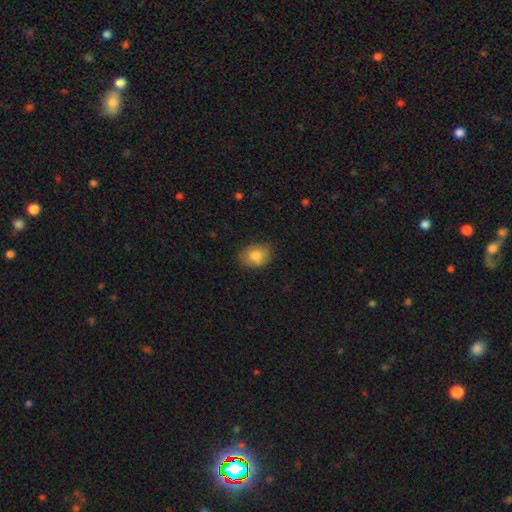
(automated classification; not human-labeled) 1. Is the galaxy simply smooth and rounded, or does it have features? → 79% smooth, 12% featured or disk, 9% star or artifact.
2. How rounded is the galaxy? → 63% in between, 36% round, 1% cigar-shaped.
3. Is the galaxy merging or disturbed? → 75% none, 19% minor disturbance, 4% major disturbance, 2% merger.